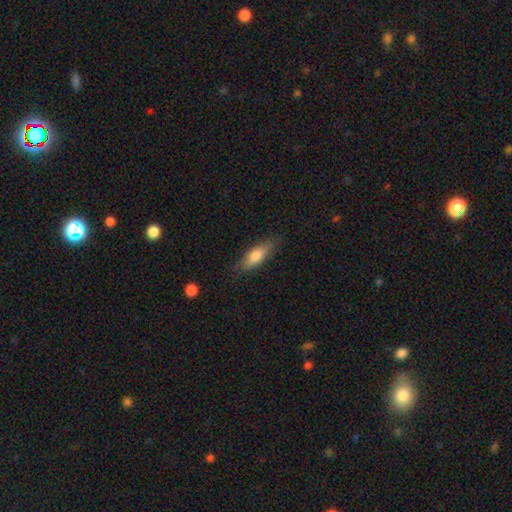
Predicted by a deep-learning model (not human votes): Smooth or featured? smooth (75%)
How rounded? in between (62%)
Merging? none (78%)